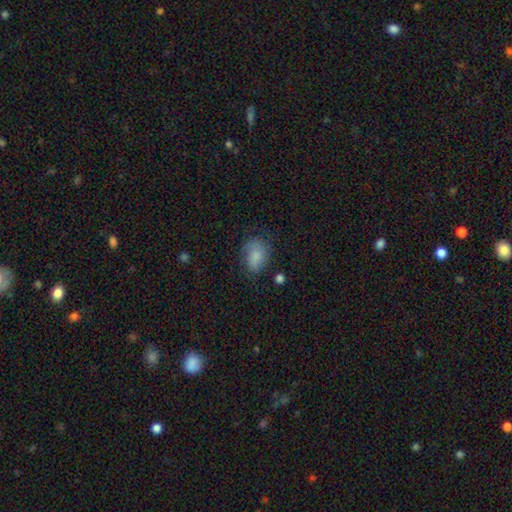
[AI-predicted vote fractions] This is likely a smooth galaxy (77%). How rounded: likely in between (77%). Merging: likely none (61%).